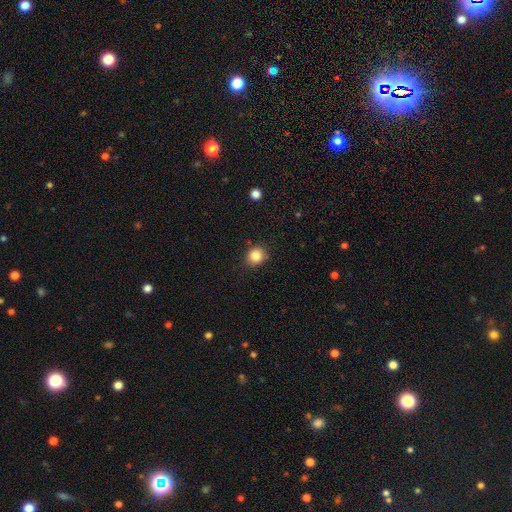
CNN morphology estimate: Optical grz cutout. It shows a smooth galaxy with no disk features (84%) that is round (76%). Merging: none (86%).